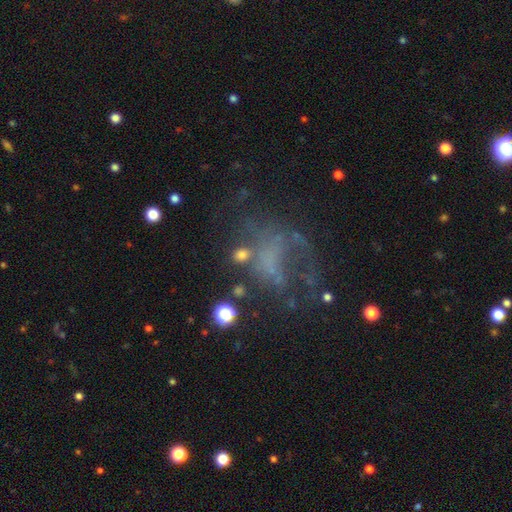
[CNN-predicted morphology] featured or disk 50%, star or artifact 27%, smooth 23%. Down the decision tree: merging — major disturbance (38%, tied with none).